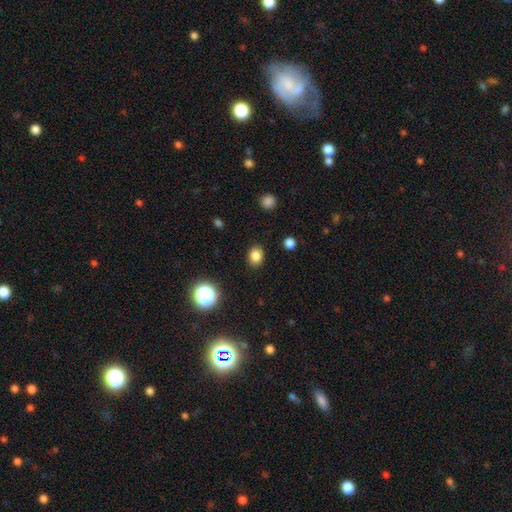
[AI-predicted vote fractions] Smooth or featured?
  - smooth: 82% *
  - star or artifact: 13%
  - featured or disk: 5%
How rounded?
  - round: 51% *
  - in between: 48%
  - cigar-shaped: 1%
Merging?
  - none: 88% *
  - minor disturbance: 8%
  - major disturbance: 3%
  - merger: 1%